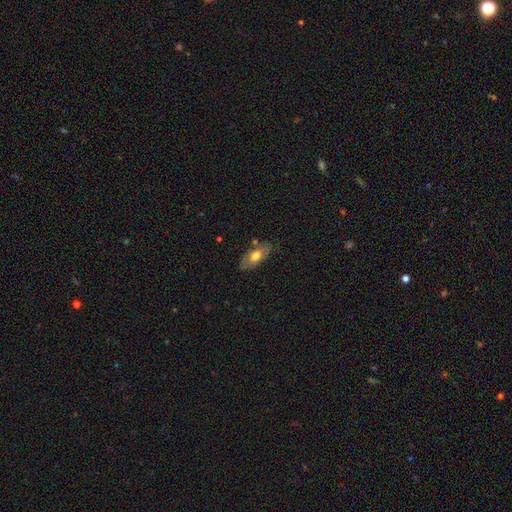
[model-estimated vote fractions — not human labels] Smooth or featured? smooth (56%)
How rounded? in between (89%)
Merging? none (77%)